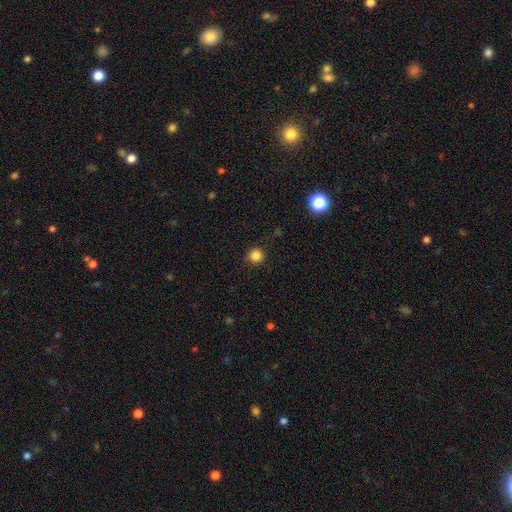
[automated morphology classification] The model was most divided on "smooth or featured": smooth: 84%, star or artifact: 12%, featured or disk: 4%. More confident: how rounded — round (93%); merging — none (88%).